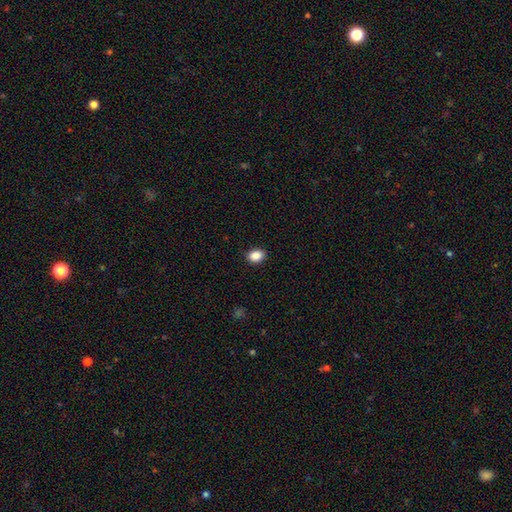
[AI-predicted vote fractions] Smooth or featured: smooth — 88% (star or artifact — 9%)
How rounded: in between — 70% (round — 29%)
Merging: none — 89% (minor disturbance — 8%)